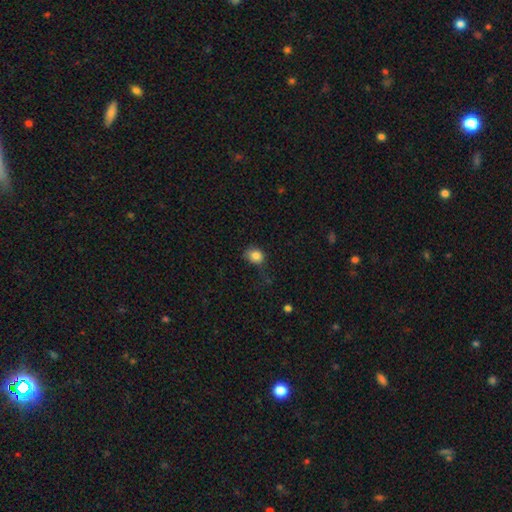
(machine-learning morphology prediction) Smooth or featured? smooth (83%)
How rounded? round (63%)
Merging? none (62%)